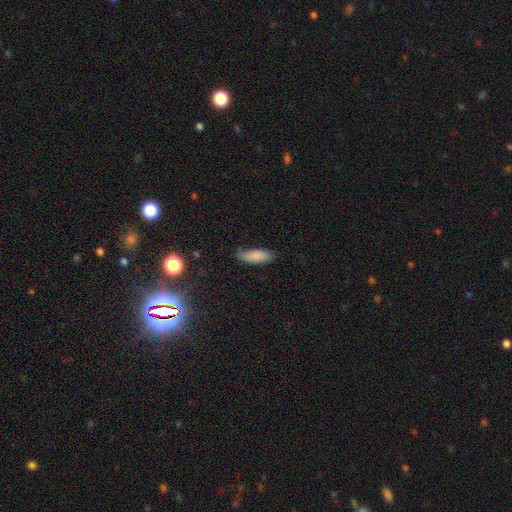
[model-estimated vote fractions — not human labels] Morphology: type=smooth (87%); roundness=in between (68%); merging=none (76%).